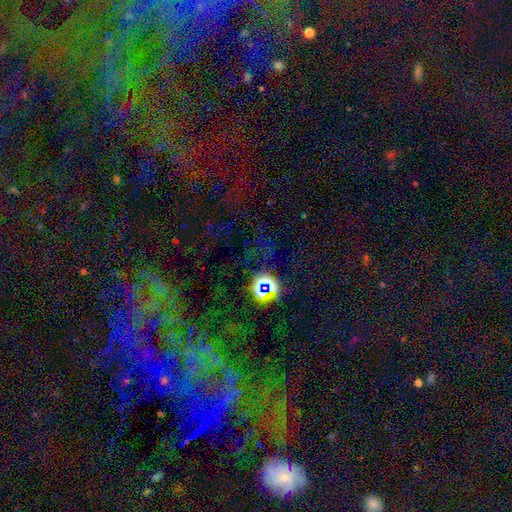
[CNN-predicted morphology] Smooth or featured?
  - star or artifact: 69% *
  - featured or disk: 17%
  - smooth: 15%